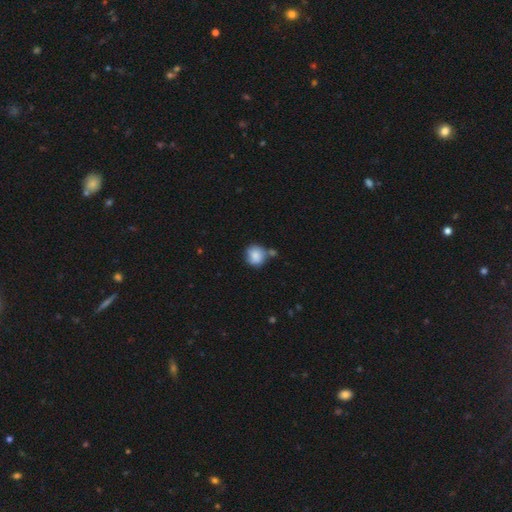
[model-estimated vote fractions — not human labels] smooth-or-featured: smooth: 83% | featured or disk: 9% | star or artifact: 8%
  how-rounded: round: 82% | in between: 17% | cigar-shaped: 1%
  merging: none: 51% | minor disturbance: 22% | merger: 21% | major disturbance: 7%